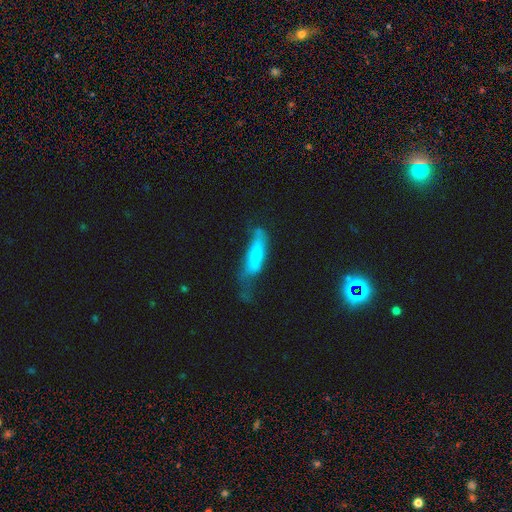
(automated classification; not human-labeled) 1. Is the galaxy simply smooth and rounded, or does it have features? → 62% smooth, 32% featured or disk, 7% star or artifact.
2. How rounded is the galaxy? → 63% cigar-shaped, 35% in between, 2% round.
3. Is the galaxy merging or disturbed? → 35% major disturbance, 30% none, 29% minor disturbance, 5% merger.